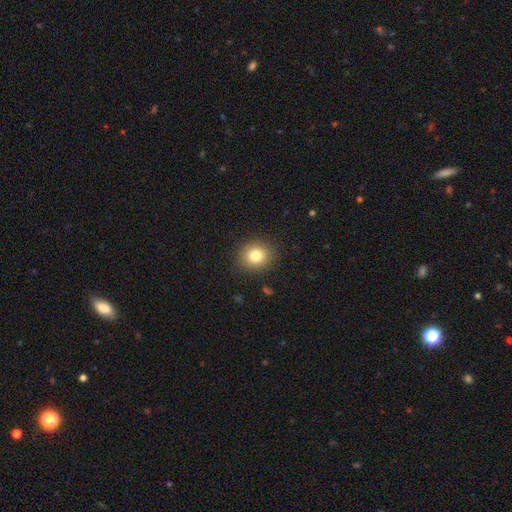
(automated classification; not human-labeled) Smooth or featured?
  - smooth: 81% *
  - star or artifact: 11%
  - featured or disk: 8%
How rounded?
  - round: 73% *
  - in between: 26%
  - cigar-shaped: 1%
Merging?
  - none: 89% *
  - minor disturbance: 8%
  - major disturbance: 2%
  - merger: 1%